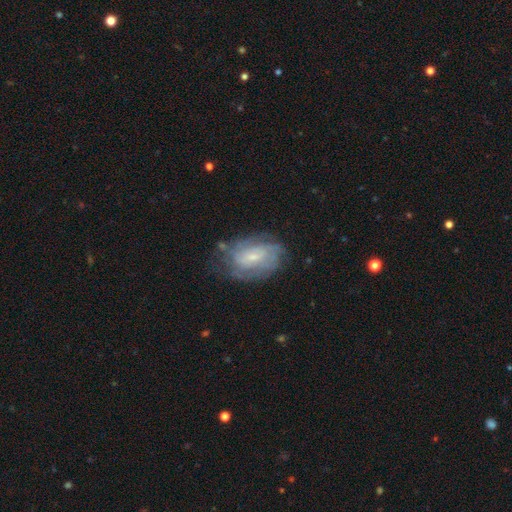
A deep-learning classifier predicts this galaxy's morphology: featured or disk 61%, smooth 28%, star or artifact 11%. Down the decision tree: edge-on disk — no (95%); bar — no (51%); spiral arms — yes (80%); bulge size — small (60%); merging — none (67%).